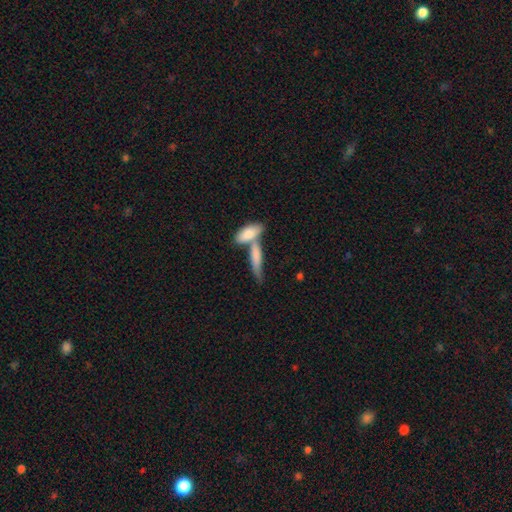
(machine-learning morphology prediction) Smooth or featured? Predicted: smooth (p=0.74). How rounded? Predicted: cigar-shaped (p=0.57). Merging? Predicted: merger (p=0.46).